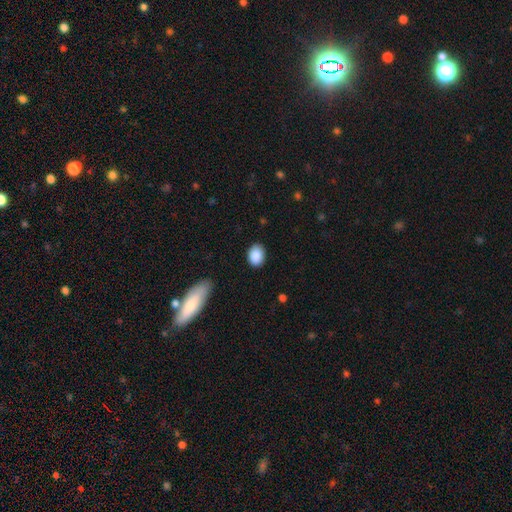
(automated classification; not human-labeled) Smooth or featured? Predicted: smooth (p=0.89). How rounded? Predicted: in between (p=0.69). Merging? Predicted: none (p=0.85).